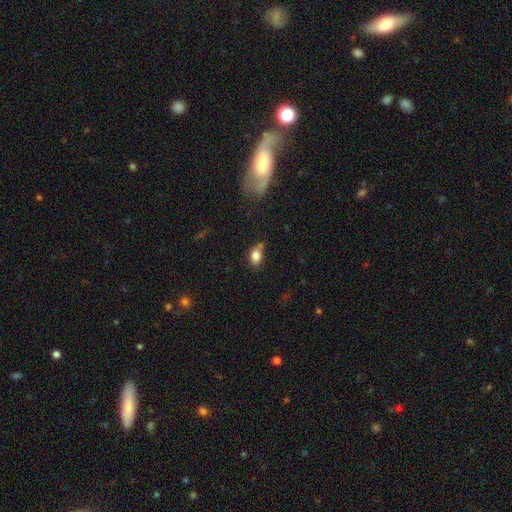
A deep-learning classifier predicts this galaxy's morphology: smooth-or-featured: smooth: 83% | star or artifact: 9% | featured or disk: 7%
  how-rounded: in between: 77% | round: 21% | cigar-shaped: 2%
  merging: none: 58% | minor disturbance: 24% | merger: 11% | major disturbance: 6%